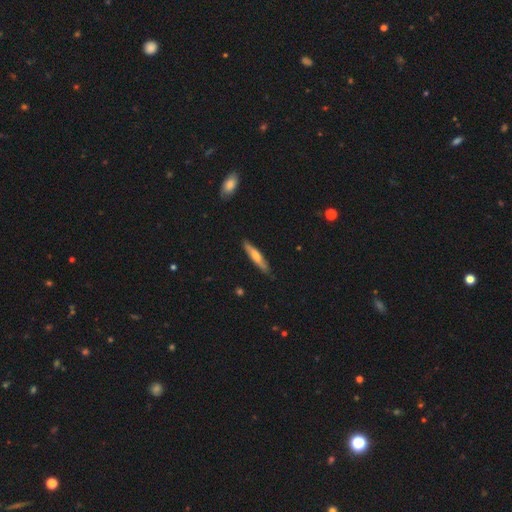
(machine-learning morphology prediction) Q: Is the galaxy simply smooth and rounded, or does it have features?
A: smooth — 59%.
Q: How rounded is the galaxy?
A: cigar-shaped — 86%.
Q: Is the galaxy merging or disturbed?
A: none — 85%.